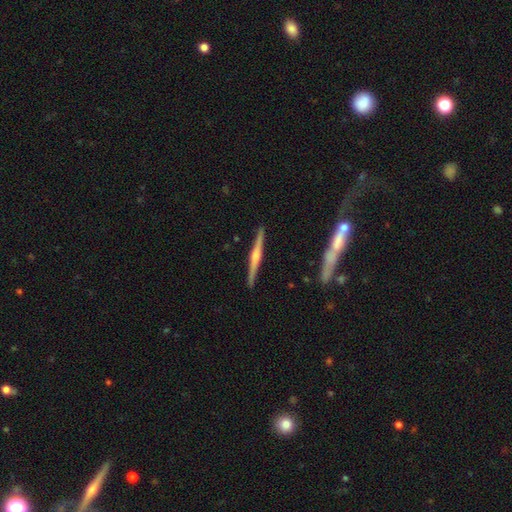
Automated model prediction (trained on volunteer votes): Overall: featured or disk (78%). Edge-on disk: yes (98%). Edge-on bulge: rounded (79%). Merging: none (91%).